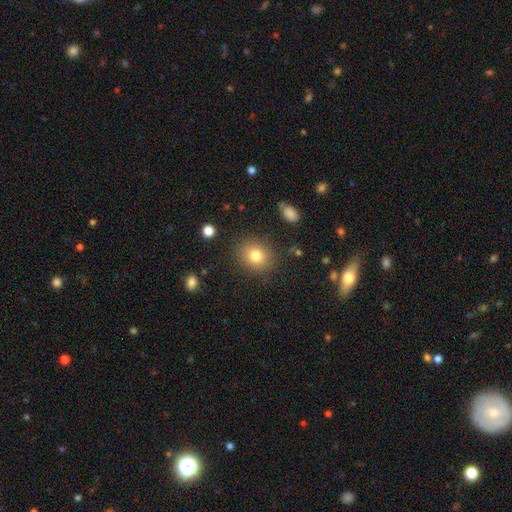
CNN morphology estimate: Smooth or featured? smooth (80%)
How rounded? round (66%)
Merging? none (85%)